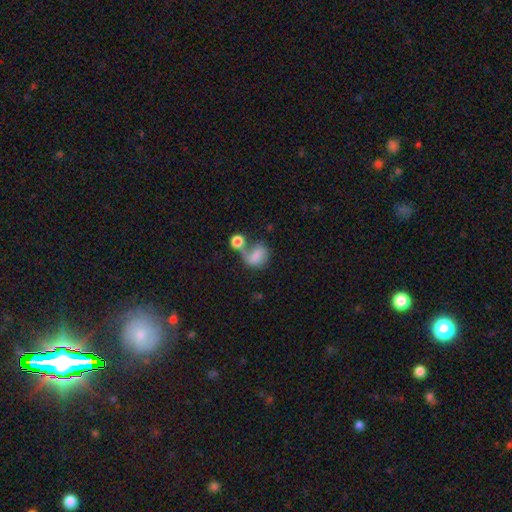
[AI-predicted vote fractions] smooth 64%, featured or disk 26%, star or artifact 10%. Down the decision tree: how rounded — round (52%); merging — merger (45%).